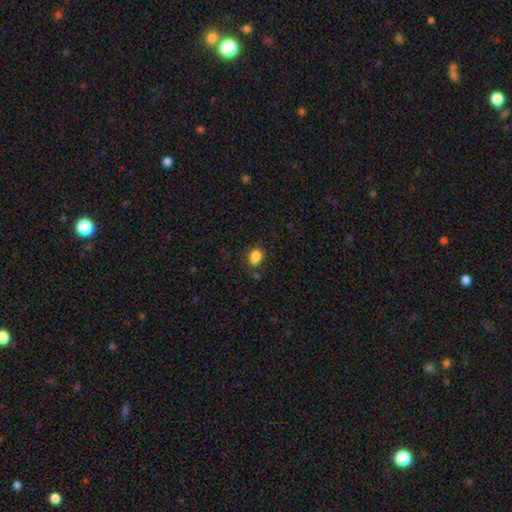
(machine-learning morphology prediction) type=smooth (85%); roundness=in between (60%); merging=none (75%).